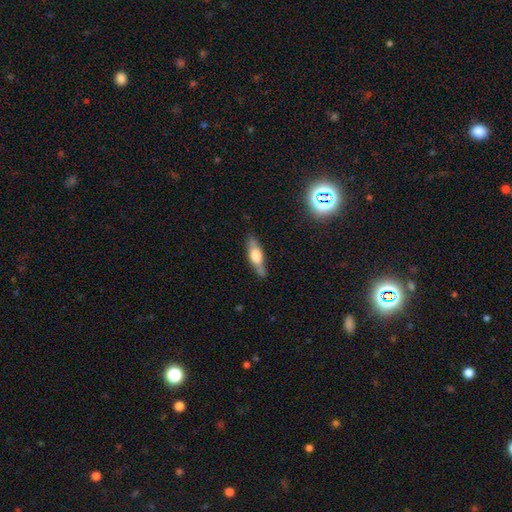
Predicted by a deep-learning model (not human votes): Q: Smooth or featured?
A: featured or disk (51%); runner-up: smooth (42%)
Q: Edge-on disk?
A: yes (89%); runner-up: no (11%)
Q: Merging?
A: none (79%); runner-up: minor disturbance (16%)